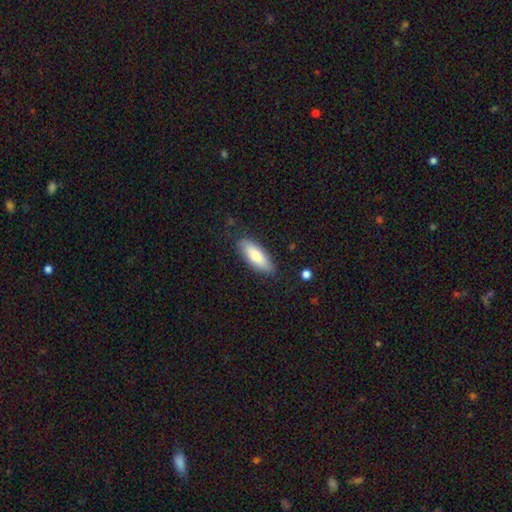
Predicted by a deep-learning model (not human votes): A smooth galaxy with no disk features (77%) that is in between round and cigar-shaped (69%). Merging: none (83%).